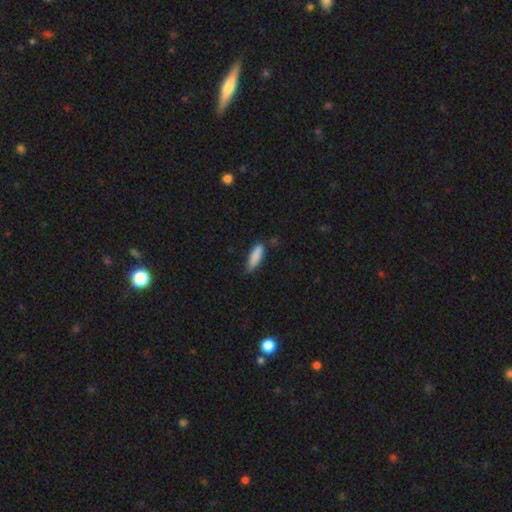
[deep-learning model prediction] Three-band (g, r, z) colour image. It shows a smooth galaxy with no disk features (86%) that is cigar-shaped (62%). Merging: none (65%).